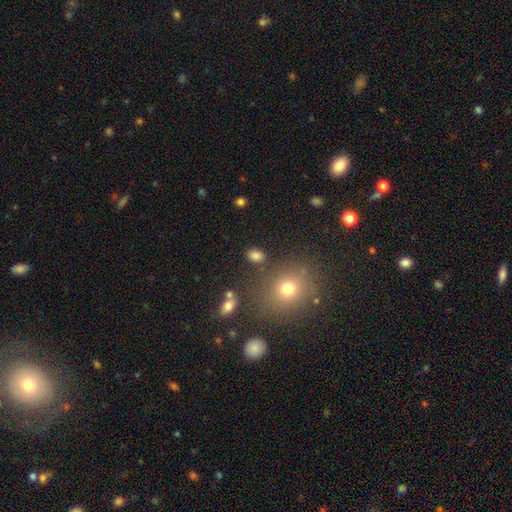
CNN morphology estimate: A smooth galaxy with no disk features (81%) that is in between round and cigar-shaped (68%).

Vote fractions:
- Smooth or featured? smooth: 81% / star or artifact: 13% / featured or disk: 6%
- How rounded? in between: 68% / round: 30% / cigar-shaped: 2%
- Merging? none: 81% / minor disturbance: 10% / merger: 5% / major disturbance: 4%